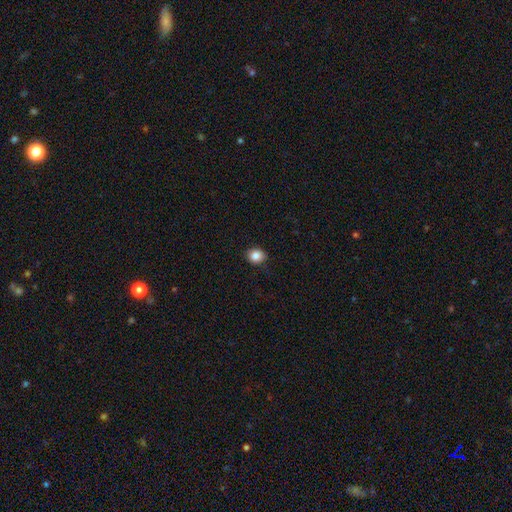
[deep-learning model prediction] smooth-or-featured: smooth: 85% | star or artifact: 10% | featured or disk: 5%
  how-rounded: round: 72% | in between: 27% | cigar-shaped: 1%
  merging: none: 89% | minor disturbance: 8% | major disturbance: 2% | merger: 1%